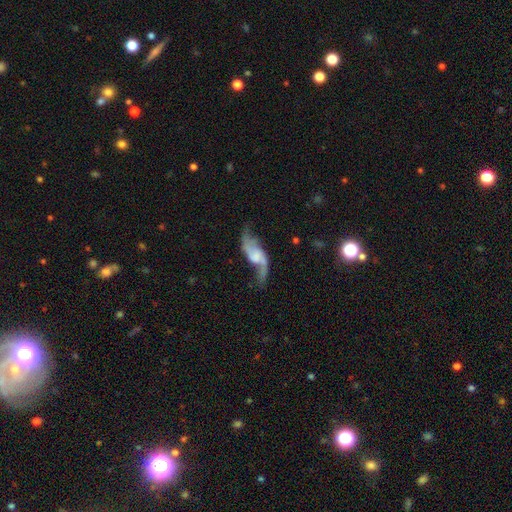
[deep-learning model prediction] This is clearly a featured or disk galaxy (81%). It is clearly not viewed edge-on (93%). Bar: possibly no (47%). Spiral arm pattern: clearly yes (92%). Spiral arm count: clearly 2 (90%). Spiral winding: clearly loose (83%). Central bulge: marginally none (43%). Merging: possibly none (51%).